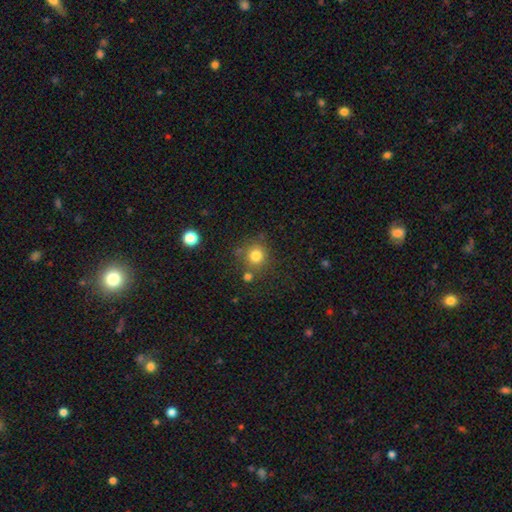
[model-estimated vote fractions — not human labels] This is likely a smooth galaxy (79%). How rounded: clearly round (90%). Merging: likely none (75%).